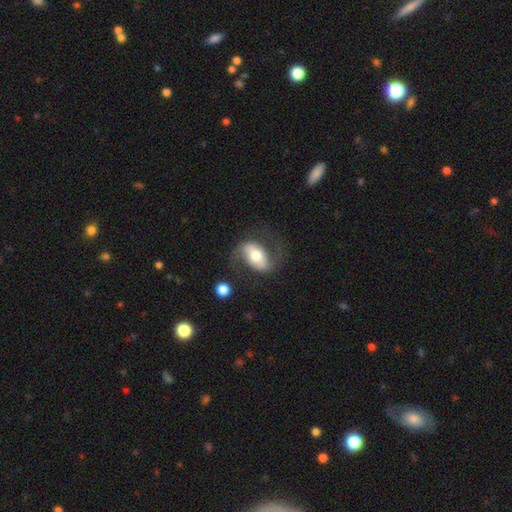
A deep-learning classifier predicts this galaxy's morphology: type=featured or disk (65%); edge-on=no (94%); bar=strong (39%); spiral arms=yes (82%); bulge=moderate (67%); merging=none (64%).